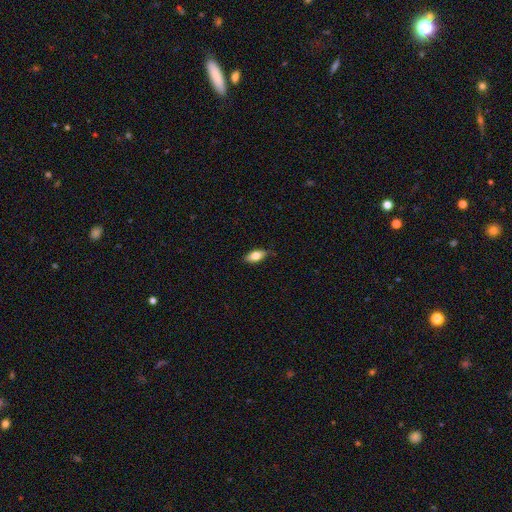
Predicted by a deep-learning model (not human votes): Smooth or featured? smooth (78%)
How rounded? in between (87%)
Merging? none (81%)